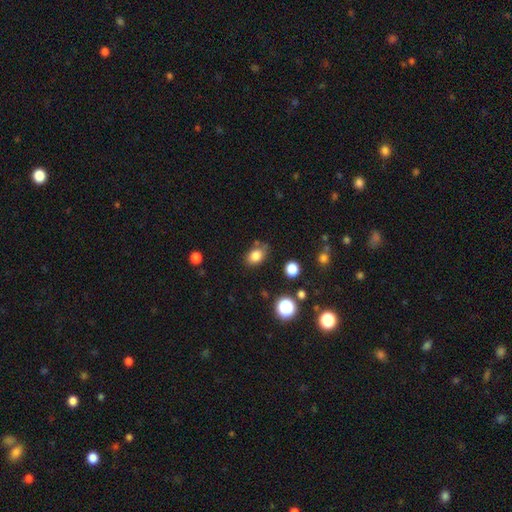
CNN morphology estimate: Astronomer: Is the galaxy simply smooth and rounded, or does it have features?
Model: smooth — 82%.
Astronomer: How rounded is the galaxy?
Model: in between — 75%.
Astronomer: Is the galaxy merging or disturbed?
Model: none — 71%.